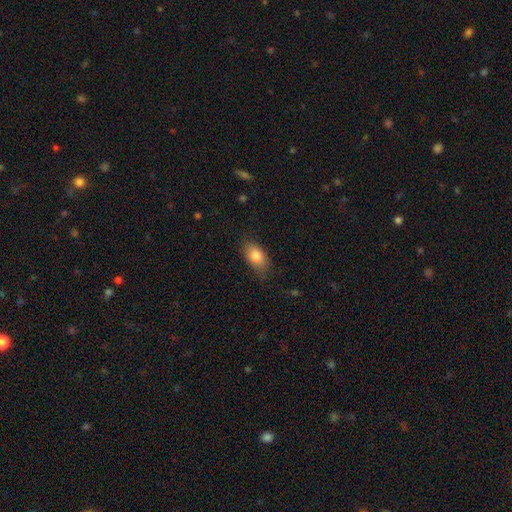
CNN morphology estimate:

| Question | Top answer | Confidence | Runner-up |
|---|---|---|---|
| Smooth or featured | smooth | 83% | featured or disk (9%) |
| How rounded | in between | 89% | round (7%) |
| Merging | none | 75% | minor disturbance (20%) |